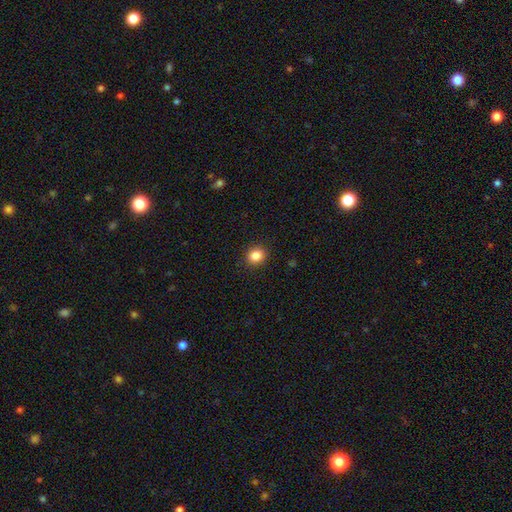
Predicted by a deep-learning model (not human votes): Smooth or featured? smooth (85%)
How rounded? round (73%)
Merging? none (91%)